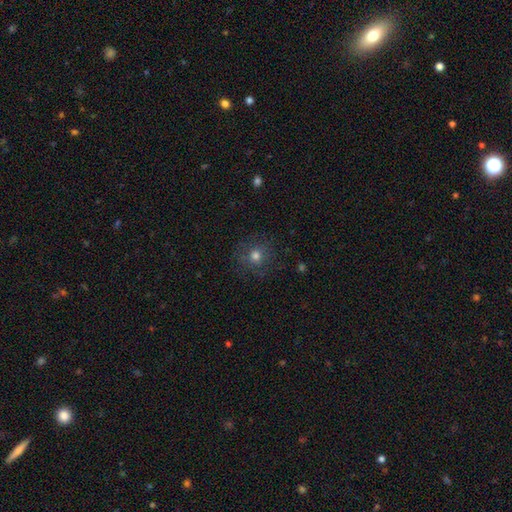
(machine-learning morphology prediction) type=smooth (72%); roundness=round (91%); merging=none (84%).